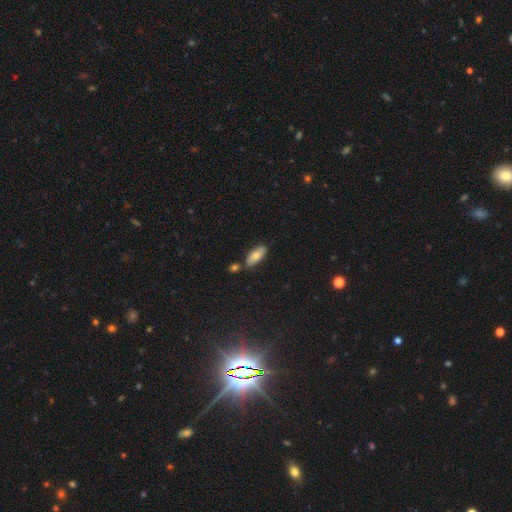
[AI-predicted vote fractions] Q: Smooth or featured?
A: smooth (77%); runner-up: featured or disk (15%)
Q: How rounded?
A: in between (80%); runner-up: cigar-shaped (17%)
Q: Merging?
A: none (74%); runner-up: minor disturbance (14%)